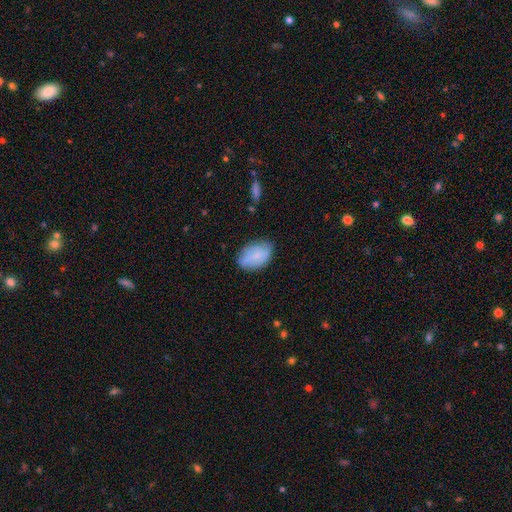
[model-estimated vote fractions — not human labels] A smooth galaxy with no disk features (74%) that is in between round and cigar-shaped (89%). Merging: none (71%).